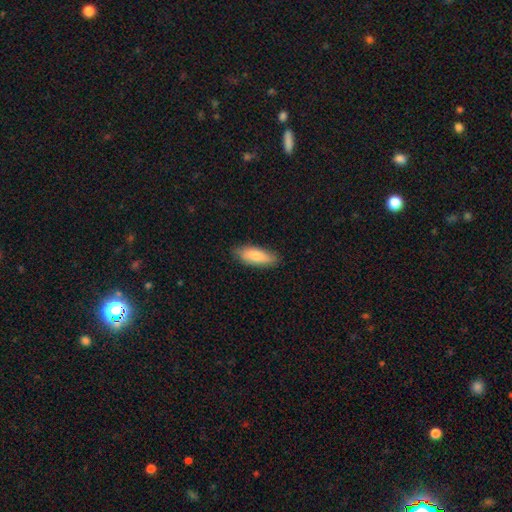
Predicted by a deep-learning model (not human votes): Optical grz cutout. It shows a smooth galaxy with no disk features (82%) that is in between round and cigar-shaped (70%). Merging: none (82%).